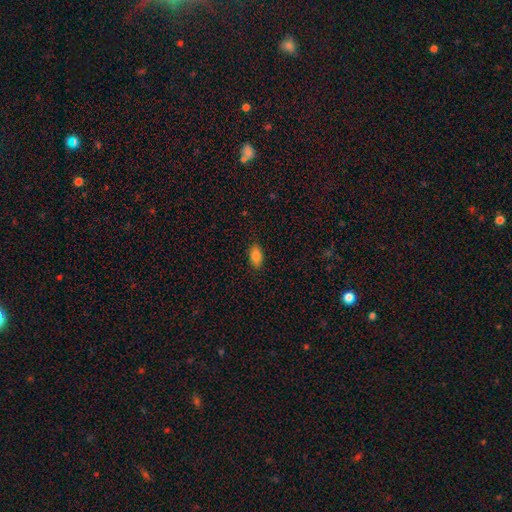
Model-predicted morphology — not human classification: smooth-or-featured: smooth: 86% | star or artifact: 8% | featured or disk: 6%
  how-rounded: in between: 92% | round: 4% | cigar-shaped: 4%
  merging: none: 87% | minor disturbance: 10% | major disturbance: 2% | merger: 1%